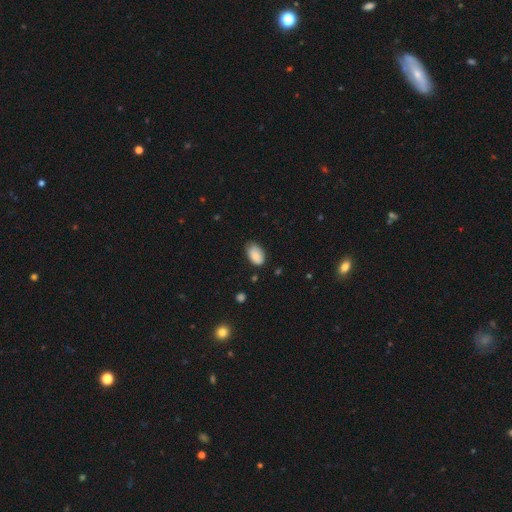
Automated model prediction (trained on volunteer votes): smooth-or-featured: smooth: 85% | featured or disk: 8% | star or artifact: 7%
  how-rounded: in between: 92% | round: 7% | cigar-shaped: 1%
  merging: none: 68% | minor disturbance: 27% | major disturbance: 4% | merger: 1%